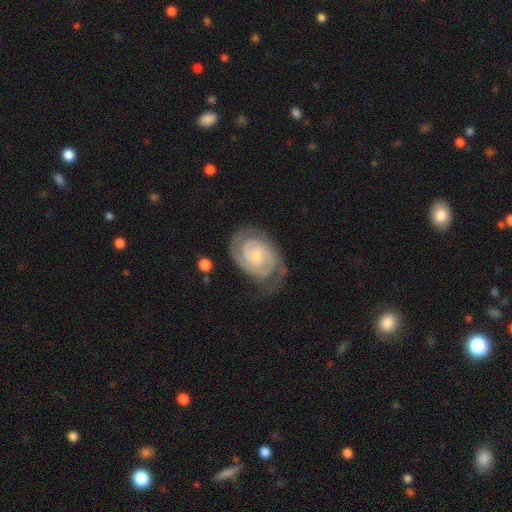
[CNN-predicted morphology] Smooth or featured? featured or disk (88%)
Edge-on disk? no (97%)
Bar? no (60%)
Spiral arms? yes (97%)
Spiral winding? tight (72%)
Spiral arm count? 2 (76%)
Bulge size? small (68%)
Merging? none (68%)